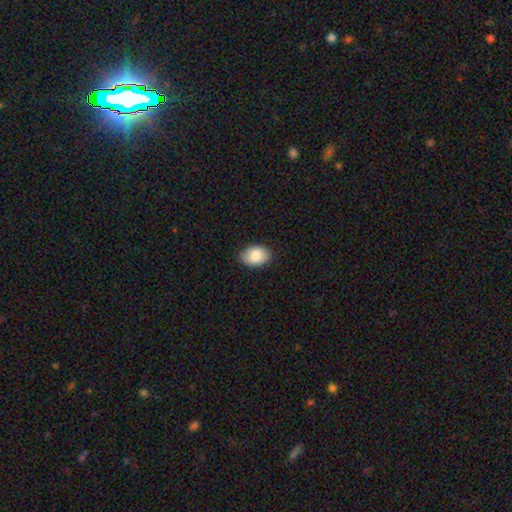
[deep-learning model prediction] smooth-or-featured: smooth: 87% | featured or disk: 7% | star or artifact: 7%
  how-rounded: in between: 86% | round: 13% | cigar-shaped: 1%
  merging: none: 84% | minor disturbance: 13% | major disturbance: 2% | merger: 1%